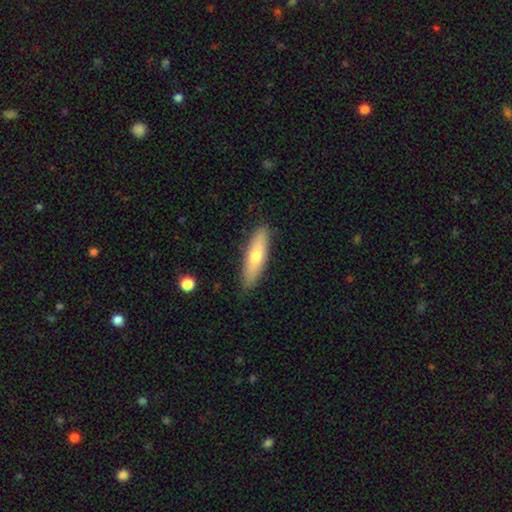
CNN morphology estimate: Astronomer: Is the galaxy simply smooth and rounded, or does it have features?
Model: smooth — 67%.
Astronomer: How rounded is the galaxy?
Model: cigar-shaped — 68%.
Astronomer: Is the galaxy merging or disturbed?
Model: none — 87%.